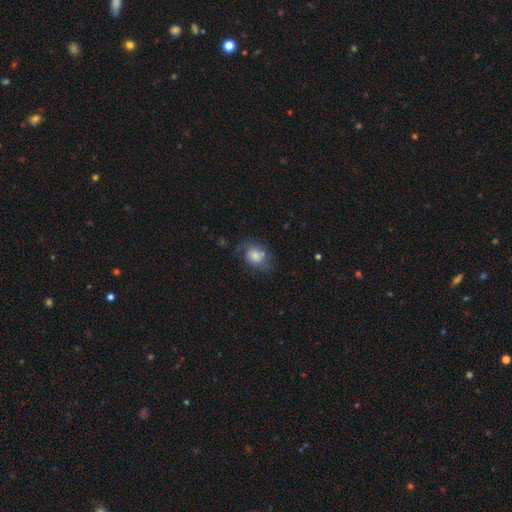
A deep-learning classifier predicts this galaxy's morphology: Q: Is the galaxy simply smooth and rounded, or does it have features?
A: smooth — 54%.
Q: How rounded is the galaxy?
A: in between — 59%.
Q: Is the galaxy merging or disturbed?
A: none — 53%.